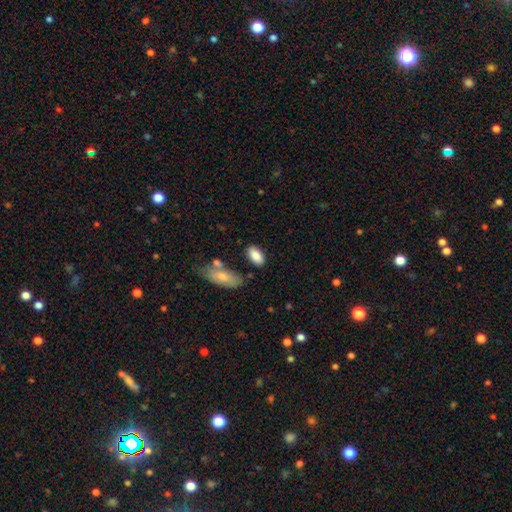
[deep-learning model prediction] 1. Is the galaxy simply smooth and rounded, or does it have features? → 85% smooth, 8% featured or disk, 7% star or artifact.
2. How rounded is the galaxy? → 90% in between, 7% cigar-shaped, 3% round.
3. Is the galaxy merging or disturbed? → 75% none, 15% minor disturbance, 6% merger, 4% major disturbance.